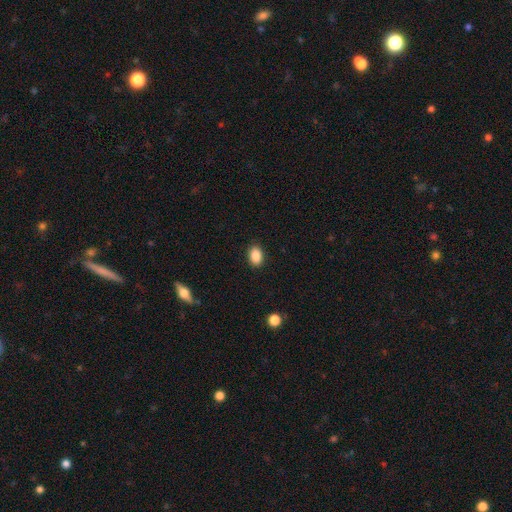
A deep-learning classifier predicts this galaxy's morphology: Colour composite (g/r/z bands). It shows a smooth galaxy with no disk features (88%) that is in between round and cigar-shaped (86%). Merging: none (89%).